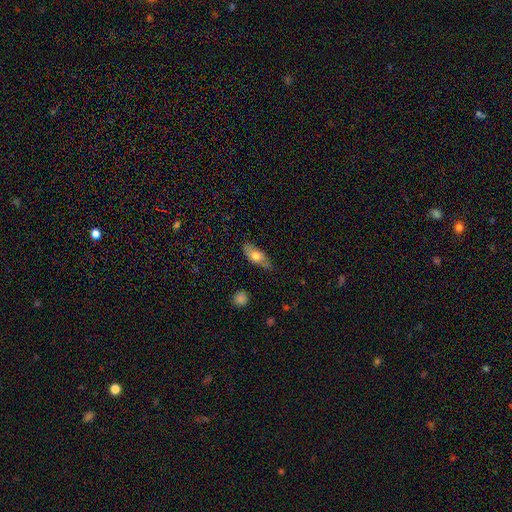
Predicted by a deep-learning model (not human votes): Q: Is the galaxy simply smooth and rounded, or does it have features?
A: smooth — 66%.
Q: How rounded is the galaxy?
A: in between — 77%.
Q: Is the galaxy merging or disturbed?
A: none — 73%.